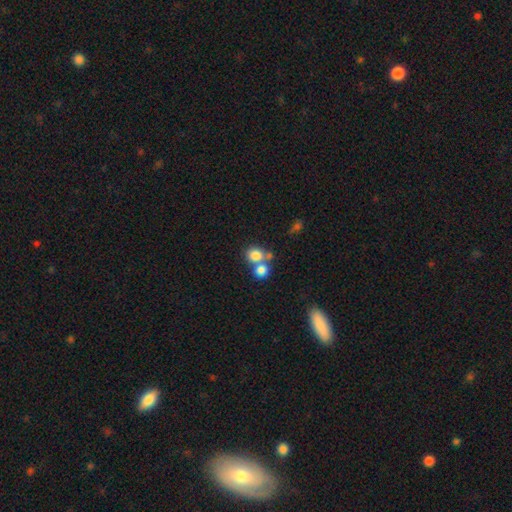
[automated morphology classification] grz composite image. It shows a smooth galaxy with no disk features (79%) that is round (74%). Merging: merger (49%).